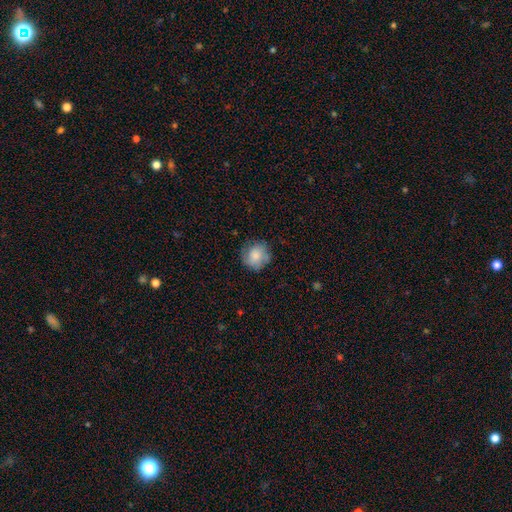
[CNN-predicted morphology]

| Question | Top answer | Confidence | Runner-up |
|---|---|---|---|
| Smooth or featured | smooth | 76% | featured or disk (16%) |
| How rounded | round | 87% | in between (12%) |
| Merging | none | 73% | minor disturbance (20%) |